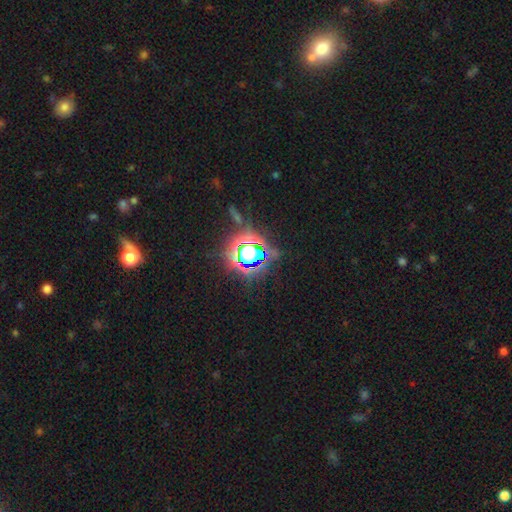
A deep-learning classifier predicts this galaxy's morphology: A star or artifact, not a galaxy (72%).